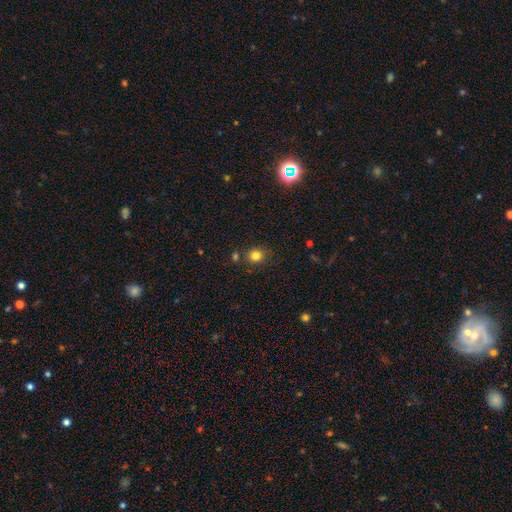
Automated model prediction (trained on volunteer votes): A smooth galaxy with no disk features (82%) that is round (80%). Merging: none (79%).